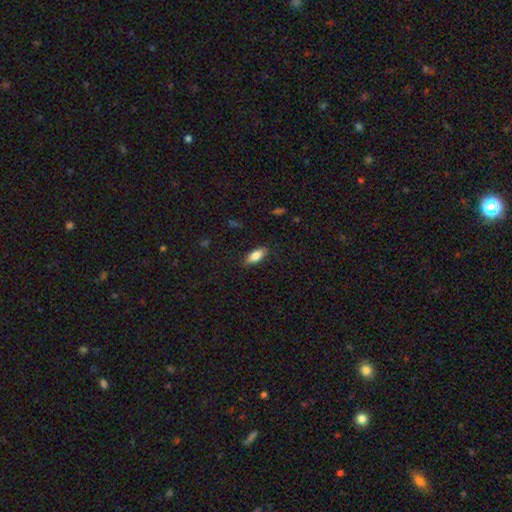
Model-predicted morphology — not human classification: The model was most divided on "how rounded": in between: 80%, cigar-shaped: 17%, round: 3%. More confident: merging — none (84%); smooth or featured — smooth (79%).